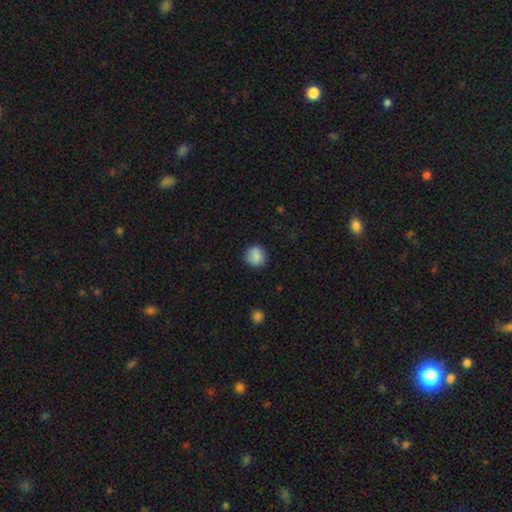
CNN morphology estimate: Overall: smooth (87%). How rounded: round (88%). Merging: none (86%).